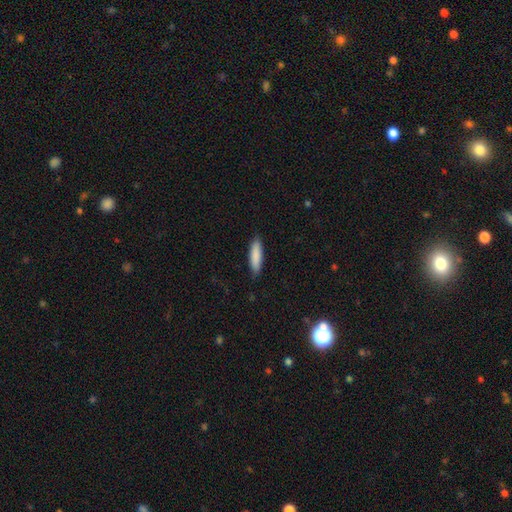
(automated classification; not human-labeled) smooth 87%, featured or disk 7%, star or artifact 6%. Down the decision tree: how rounded — cigar-shaped (65%); merging — none (86%).